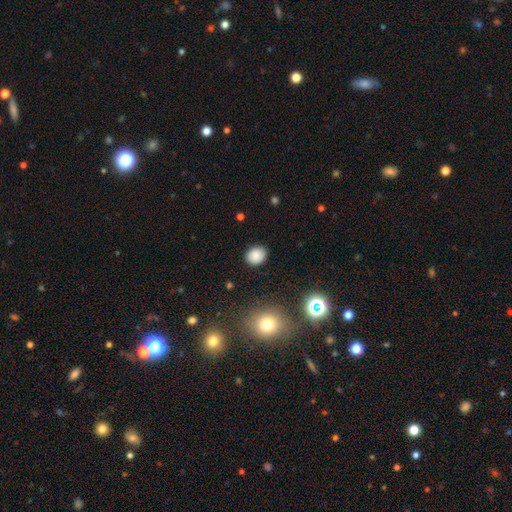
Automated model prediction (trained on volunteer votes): smooth 84%, star or artifact 11%, featured or disk 5%. Down the decision tree: how rounded — round (62%); merging — none (87%).